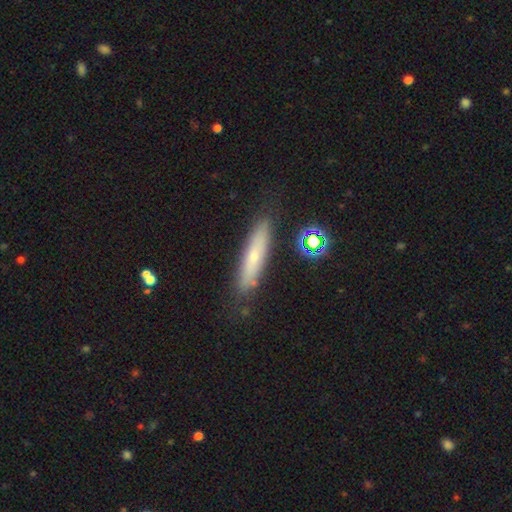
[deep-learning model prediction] Q: Smooth or featured?
A: smooth (50%); runner-up: featured or disk (40%)
Q: How rounded?
A: cigar-shaped (83%); runner-up: in between (15%)
Q: Merging?
A: none (81%); runner-up: minor disturbance (13%)